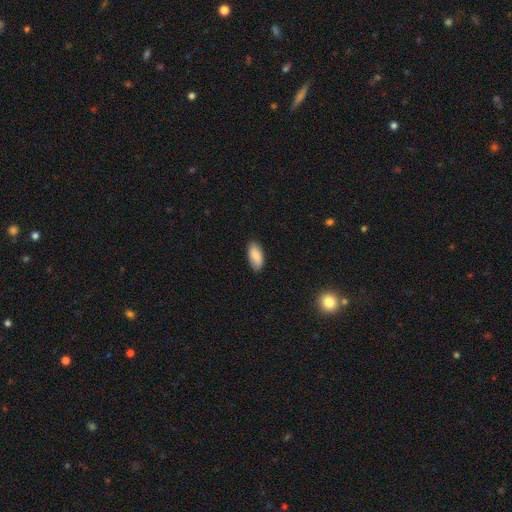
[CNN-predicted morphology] smooth 86%, featured or disk 7%, star or artifact 6%. Down the decision tree: how rounded — in between (91%); merging — none (86%).